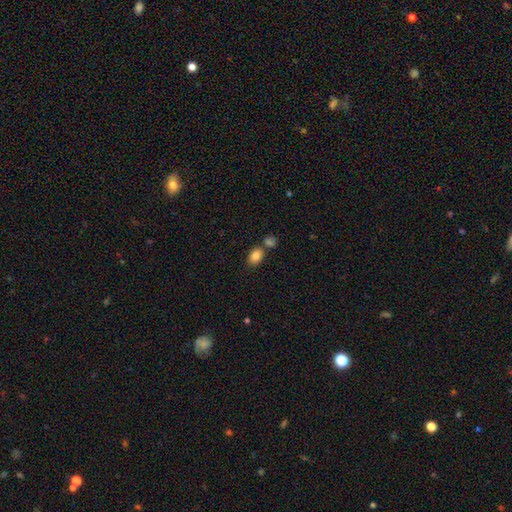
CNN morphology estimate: A smooth galaxy with no disk features (85%) that is in between round and cigar-shaped (79%).

Vote fractions:
- Smooth or featured? smooth: 85% / star or artifact: 9% / featured or disk: 6%
- How rounded? in between: 79% / round: 20% / cigar-shaped: 1%
- Merging? none: 64% / merger: 22% / minor disturbance: 11% / major disturbance: 3%